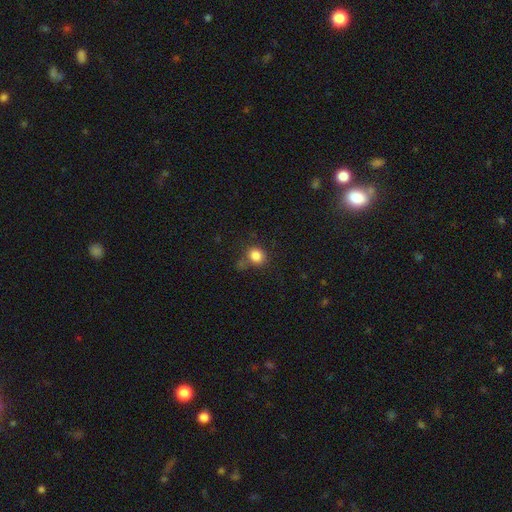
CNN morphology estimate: Smooth or featured: smooth — 84% (star or artifact — 11%)
How rounded: round — 77% (in between — 22%)
Merging: none — 69% (minor disturbance — 17%)